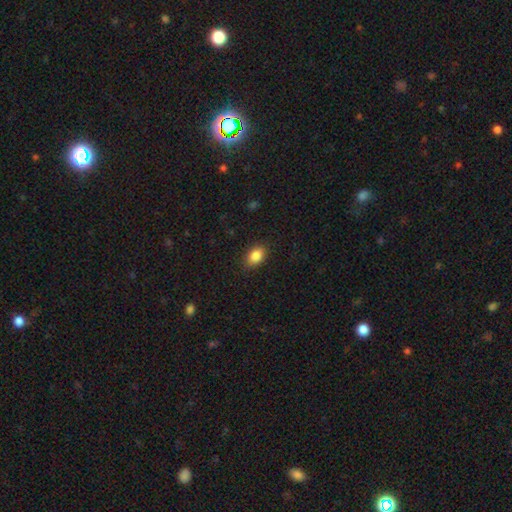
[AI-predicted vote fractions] A smooth galaxy with no disk features (87%) that is in between round and cigar-shaped (81%). Merging: none (86%).